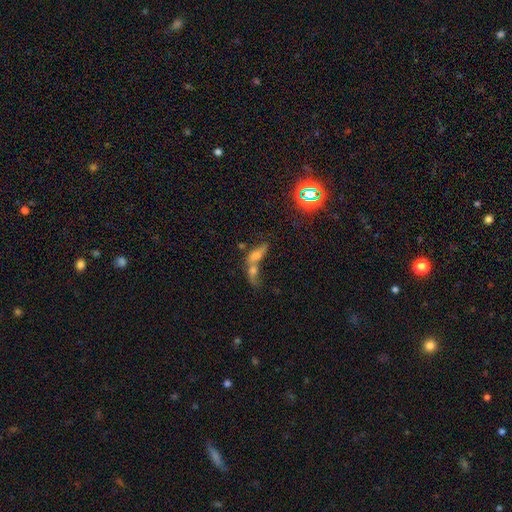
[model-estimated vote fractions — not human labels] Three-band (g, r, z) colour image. It shows a smooth galaxy with no disk features (49%). Merging: merger (72%).